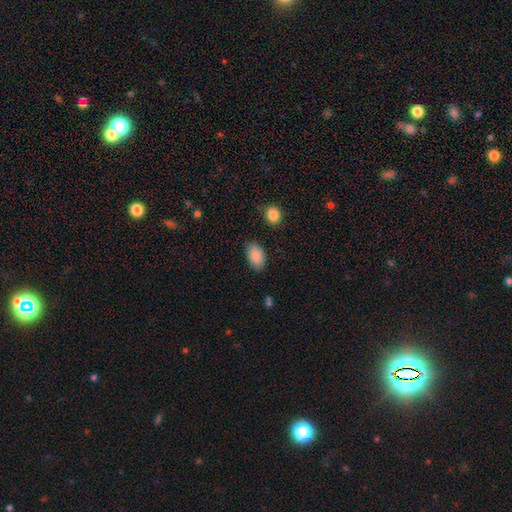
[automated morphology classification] Smooth or featured?
  - smooth: 89% *
  - star or artifact: 7%
  - featured or disk: 4%
How rounded?
  - in between: 92% *
  - round: 6%
  - cigar-shaped: 2%
Merging?
  - none: 83% *
  - minor disturbance: 12%
  - major disturbance: 3%
  - merger: 2%